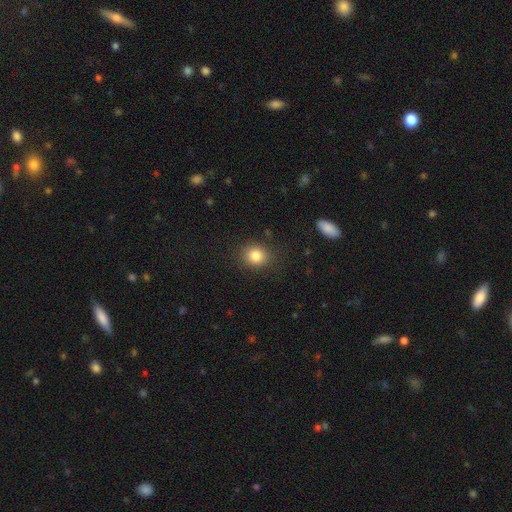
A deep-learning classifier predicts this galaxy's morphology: smooth_or_featured: smooth (p=0.84) [alt: star or artifact p=0.10]
how_rounded: round (p=0.70) [alt: in between p=0.29]
merging: none (p=0.85) [alt: minor disturbance p=0.10]